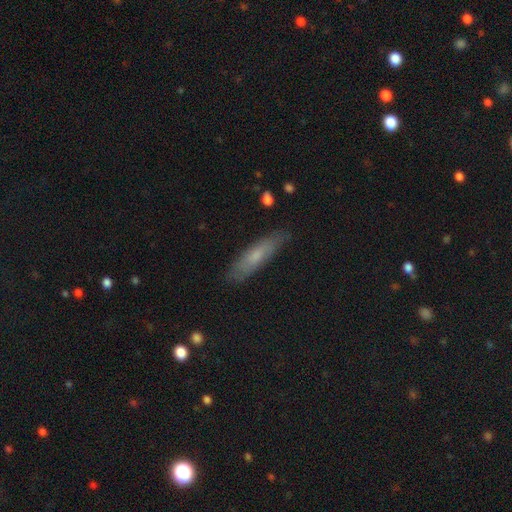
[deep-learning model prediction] This appears to be a smooth galaxy with no disk features (63%) that is cigar-shaped (70%). Merging: none (81%).